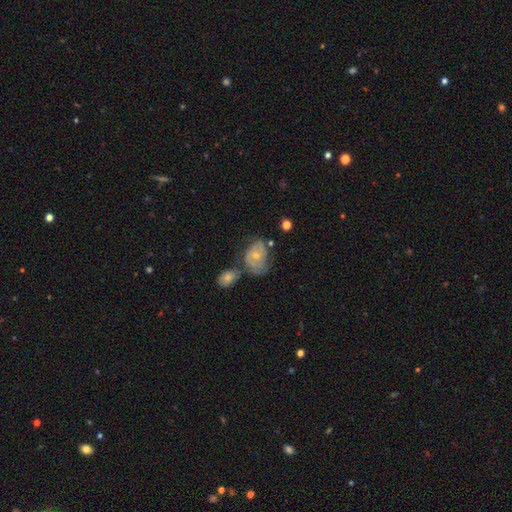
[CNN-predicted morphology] type=featured or disk (65%); edge-on=no (96%); bar=no (72%); spiral arms=yes (78%); bulge=small (48%, tied with moderate); merging=none (39%).